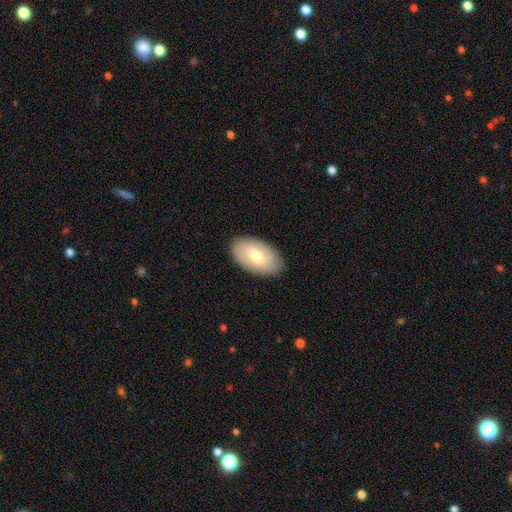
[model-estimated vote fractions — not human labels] Overall: smooth (68%). How rounded: in between (95%). Merging: none (88%).